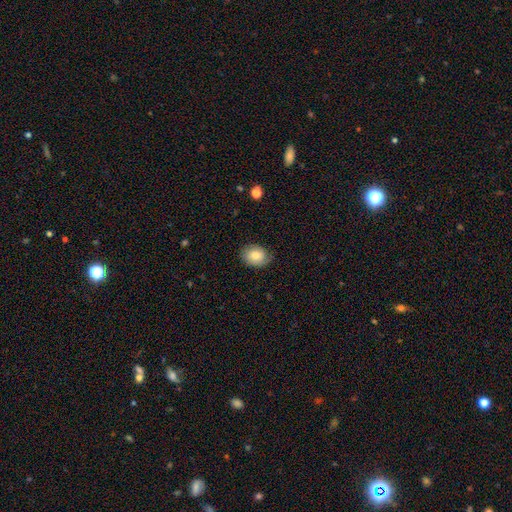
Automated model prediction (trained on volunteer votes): smooth-or-featured: smooth: 74% | featured or disk: 18% | star or artifact: 8%
  how-rounded: in between: 57% | round: 42% | cigar-shaped: 1%
  merging: none: 75% | minor disturbance: 20% | major disturbance: 4% | merger: 1%